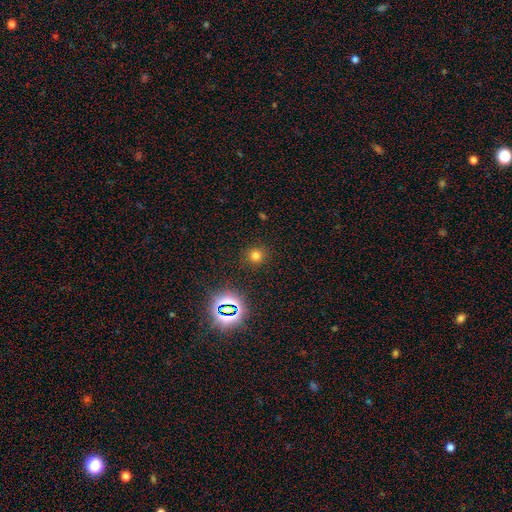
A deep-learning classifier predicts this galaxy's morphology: smooth_or_featured: smooth (p=0.71) [alt: star or artifact p=0.23]
how_rounded: round (p=0.92) [alt: in between p=0.07]
merging: none (p=0.89) [alt: minor disturbance p=0.06]